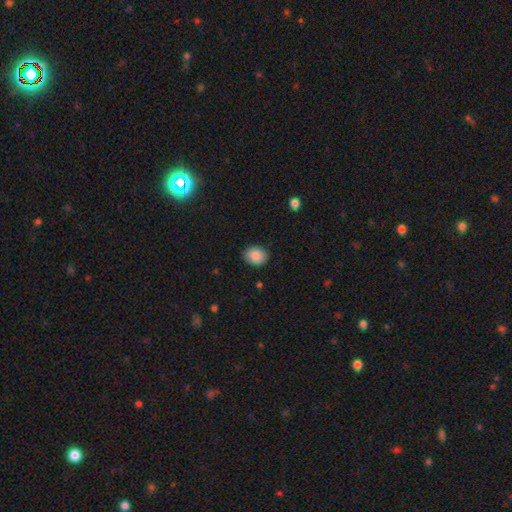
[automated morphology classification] Overall: smooth (89%). How rounded: in between (51%; round 48%). Merging: none (86%).